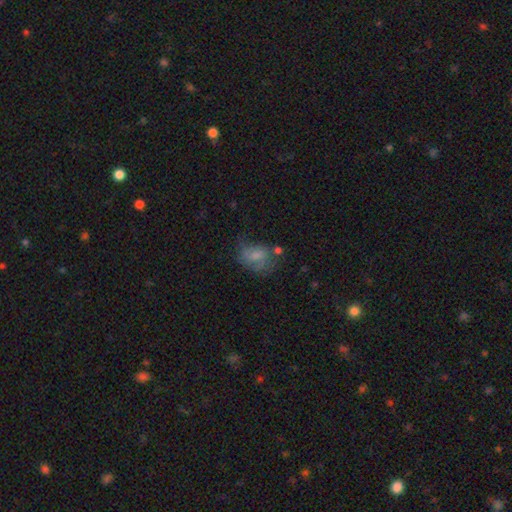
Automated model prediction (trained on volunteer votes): smooth_or_featured: smooth (p=0.51) [alt: featured or disk p=0.38]
how_rounded: in between (p=0.71) [alt: round p=0.27]
merging: none (p=0.38) [alt: minor disturbance p=0.27]